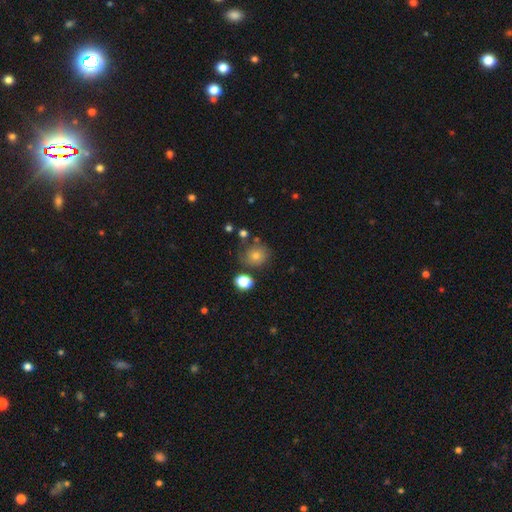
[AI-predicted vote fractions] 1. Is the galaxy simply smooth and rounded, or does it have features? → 70% smooth, 15% featured or disk, 15% star or artifact.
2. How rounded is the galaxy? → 80% round, 19% in between, 1% cigar-shaped.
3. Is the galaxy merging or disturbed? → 70% none, 17% minor disturbance, 7% merger, 6% major disturbance.